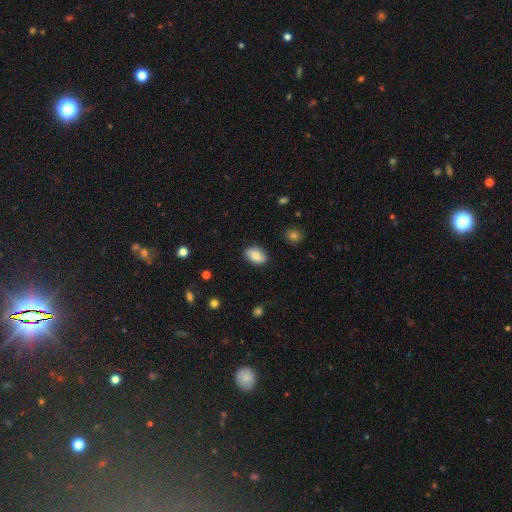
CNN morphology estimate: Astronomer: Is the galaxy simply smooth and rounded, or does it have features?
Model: smooth — 80%.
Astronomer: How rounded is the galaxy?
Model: in between — 88%.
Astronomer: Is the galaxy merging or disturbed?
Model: none — 85%.